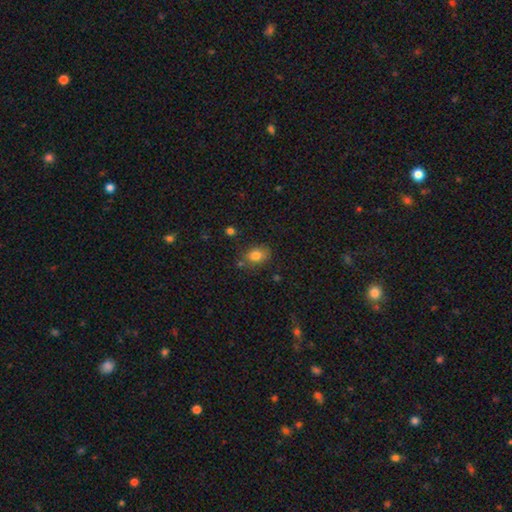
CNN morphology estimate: Smooth or featured? Predicted: smooth (p=0.81). How rounded? Predicted: in between (p=0.65). Merging? Predicted: none (p=0.73).